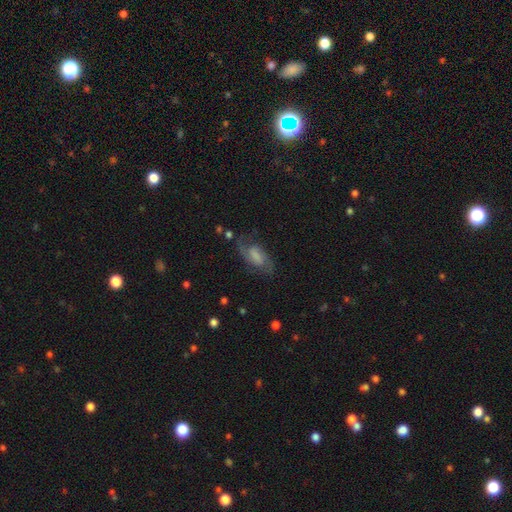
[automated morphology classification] smooth_or_featured: featured or disk (p=0.71) [alt: smooth p=0.21]
disk_edge_on: no (p=0.96) [alt: yes p=0.04]
bar: weak (p=0.48) [alt: no p=0.34]
has_spiral_arms: yes (p=0.93) [alt: no p=0.07]
spiral_winding: medium (p=0.51) [alt: loose p=0.31]
spiral_arm_count: 2 (p=0.86) [alt: can't tell p=0.06]
bulge_size: none (p=0.38) [alt: small p=0.23]
merging: none (p=0.67) [alt: minor disturbance p=0.19]